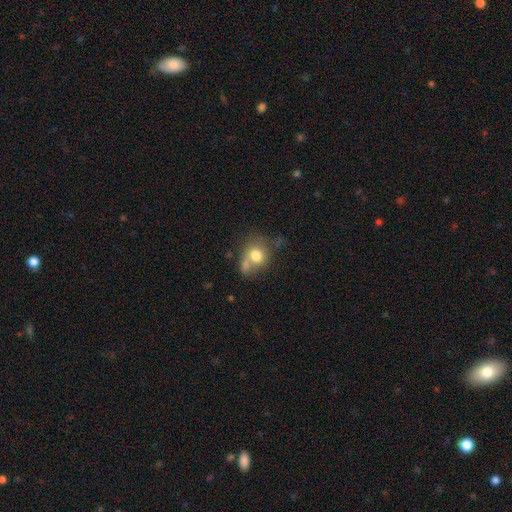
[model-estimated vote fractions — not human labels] Morphology: type=smooth (75%); roundness=round (66%); merging=none (37%).